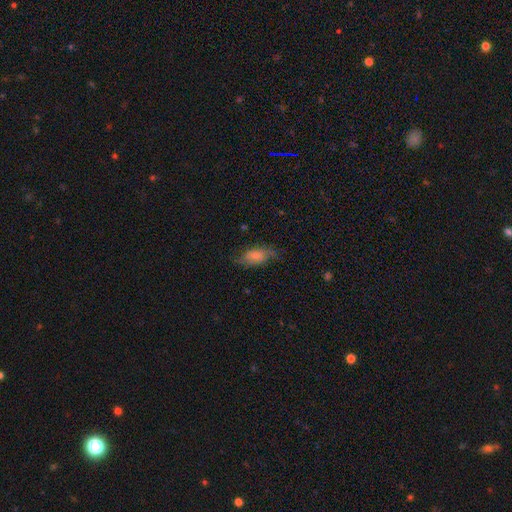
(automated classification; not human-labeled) A smooth galaxy with no disk features (65%) that is in between round and cigar-shaped (89%). Merging: none (61%).